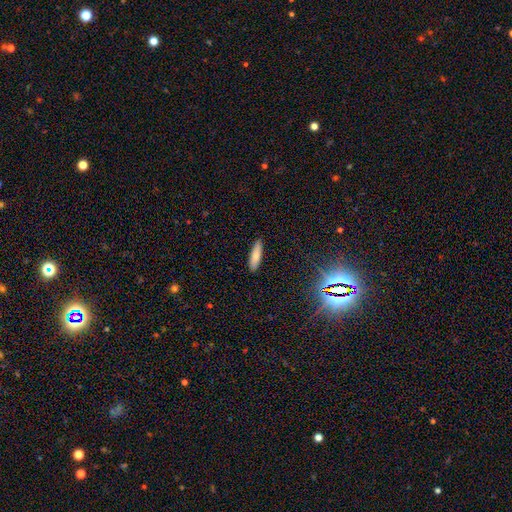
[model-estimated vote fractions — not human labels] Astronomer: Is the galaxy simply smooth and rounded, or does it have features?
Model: smooth — 75%.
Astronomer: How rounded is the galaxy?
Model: cigar-shaped — 68%.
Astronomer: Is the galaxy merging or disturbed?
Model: none — 89%.